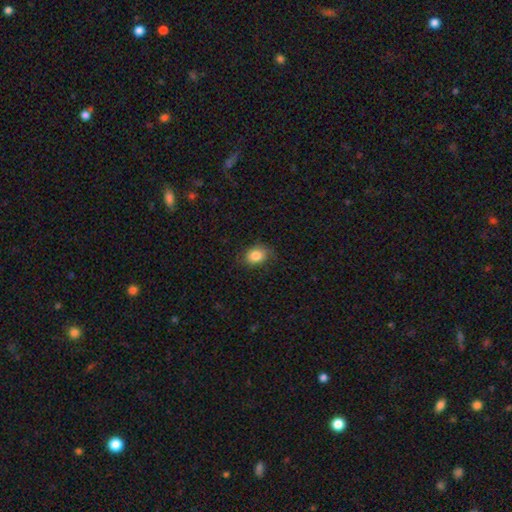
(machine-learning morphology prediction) This appears to be a smooth galaxy with no disk features (83%) that is in between round and cigar-shaped (63%). Merging: none (76%).